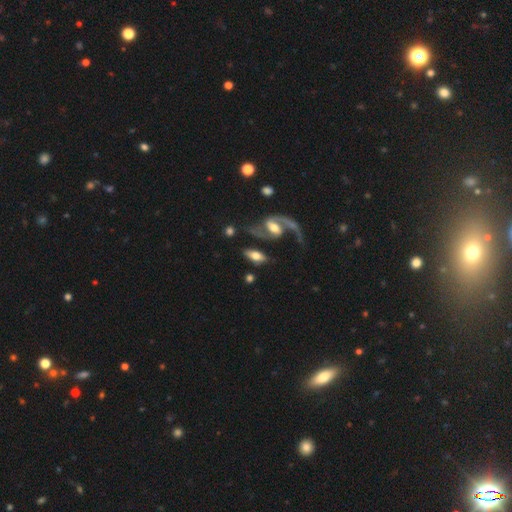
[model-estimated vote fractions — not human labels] The model was most divided on "smooth or featured": smooth: 47%, featured or disk: 46%, star or artifact: 7%. More confident: merging — none (55%).